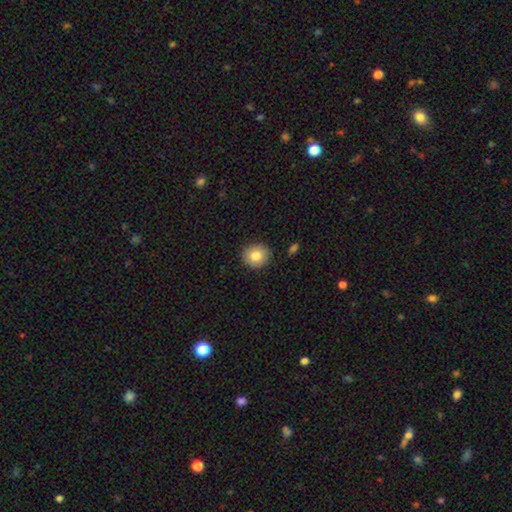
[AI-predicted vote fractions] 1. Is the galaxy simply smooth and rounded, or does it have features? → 82% smooth, 10% featured or disk, 9% star or artifact.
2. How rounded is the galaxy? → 86% round, 13% in between, 1% cigar-shaped.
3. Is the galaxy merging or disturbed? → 89% none, 8% minor disturbance, 2% major disturbance, 1% merger.